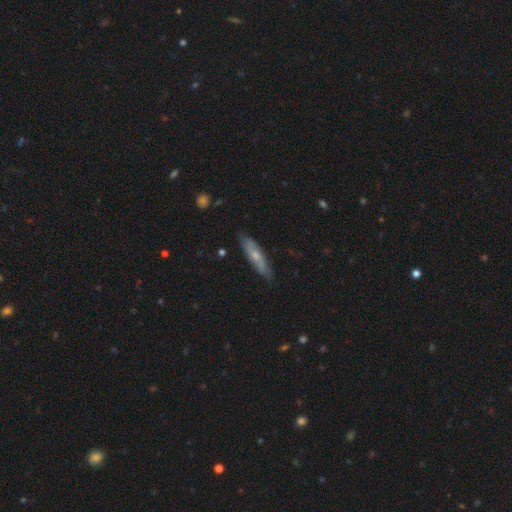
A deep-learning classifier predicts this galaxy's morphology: Smooth or featured? Predicted: featured or disk (p=0.49). Merging? Predicted: none (p=0.81).